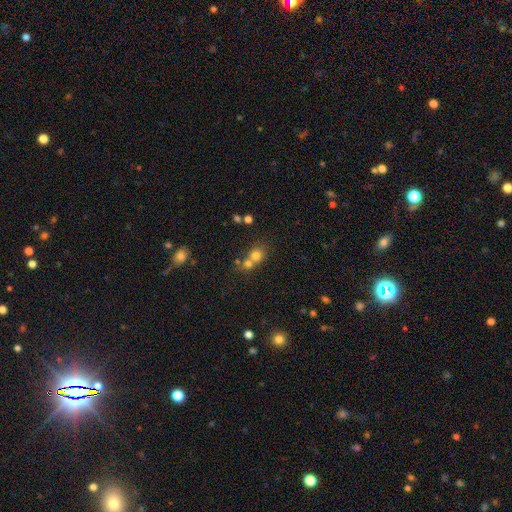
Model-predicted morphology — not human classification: Q: Smooth or featured?
A: smooth (74%); runner-up: star or artifact (14%)
Q: How rounded?
A: round (78%); runner-up: in between (21%)
Q: Merging?
A: merger (54%); runner-up: none (36%)